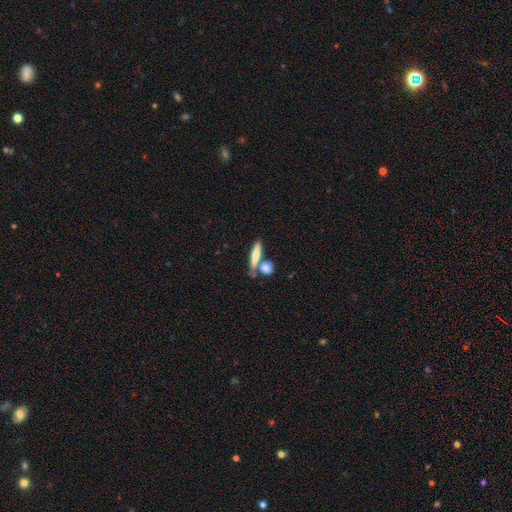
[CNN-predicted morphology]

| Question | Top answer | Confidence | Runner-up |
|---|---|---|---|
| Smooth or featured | smooth | 71% | featured or disk (22%) |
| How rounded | cigar-shaped | 66% | in between (27%) |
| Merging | none | 57% | merger (28%) |